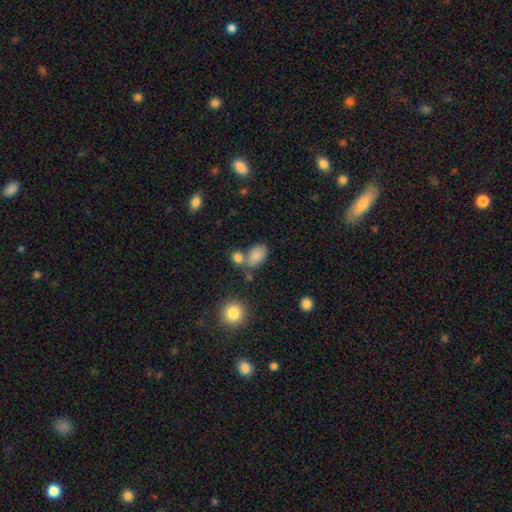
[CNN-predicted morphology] smooth 83%, star or artifact 11%, featured or disk 7%. Down the decision tree: how rounded — in between (85%); merging — none (49%).